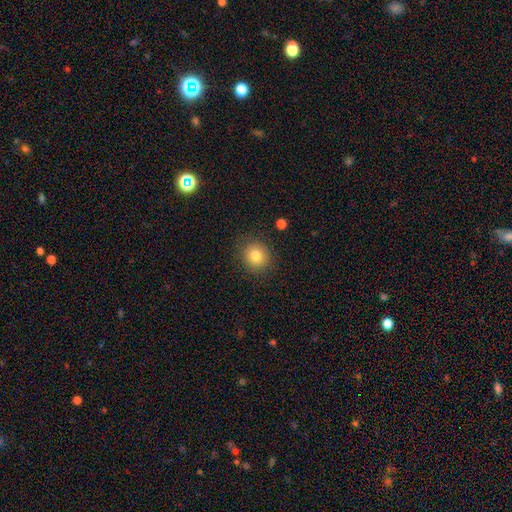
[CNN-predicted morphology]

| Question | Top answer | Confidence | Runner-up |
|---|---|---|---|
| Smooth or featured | smooth | 81% | star or artifact (11%) |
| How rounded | round | 86% | in between (13%) |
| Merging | none | 87% | minor disturbance (8%) |